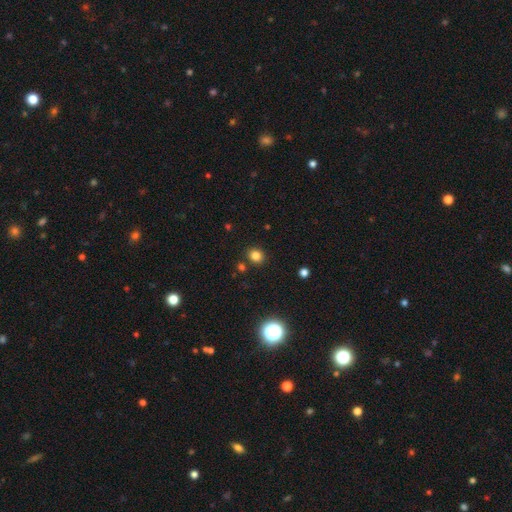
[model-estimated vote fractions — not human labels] Overall: smooth (81%). How rounded: round (74%). Merging: none (86%).